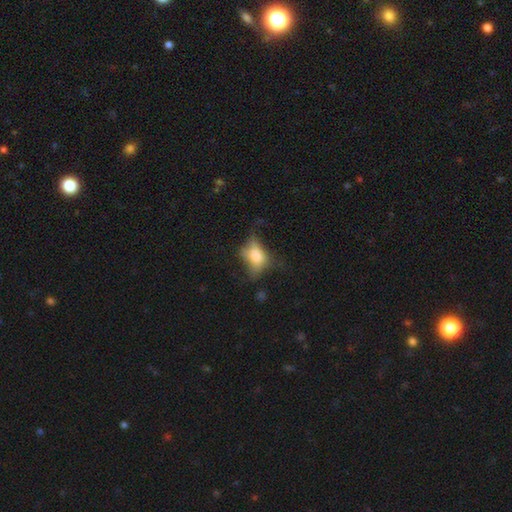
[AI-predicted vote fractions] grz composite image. It shows a smooth galaxy with no disk features (60%) that is in between round and cigar-shaped (77%). Merging: none (36%).